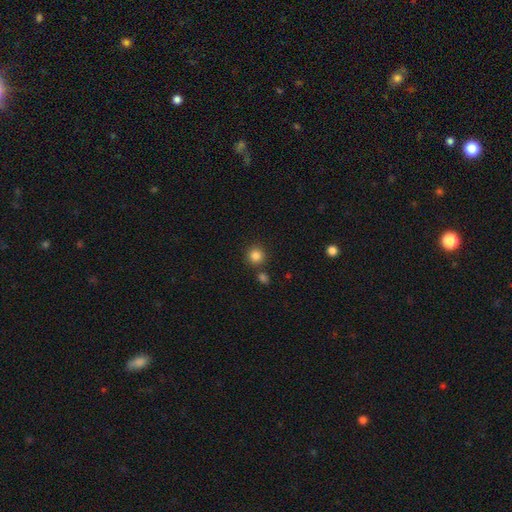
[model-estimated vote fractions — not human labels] Overall: smooth (85%). How rounded: round (92%). Merging: none (81%).